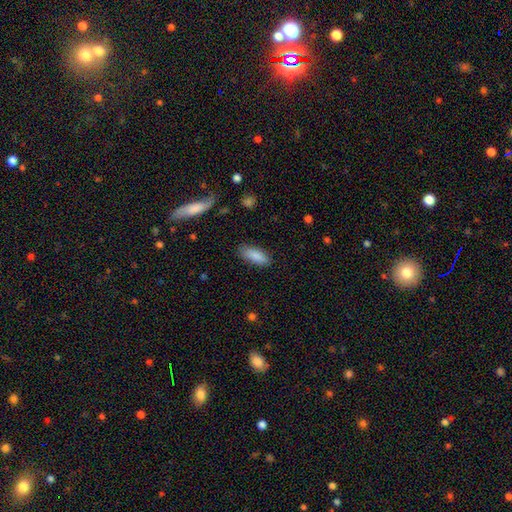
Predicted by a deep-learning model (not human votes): Smooth or featured? smooth (88%)
How rounded? in between (70%)
Merging? none (85%)